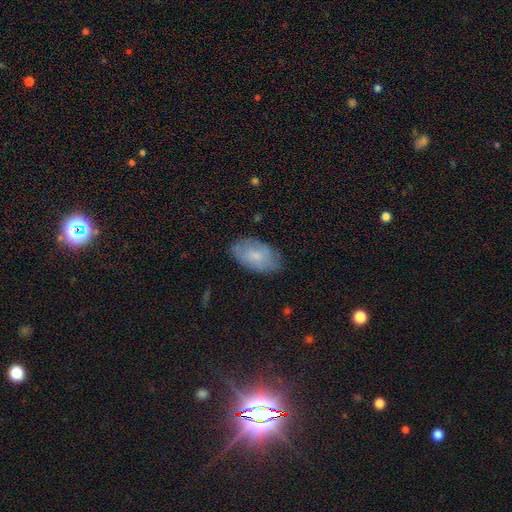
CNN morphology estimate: smooth 64%, featured or disk 28%, star or artifact 8%. Down the decision tree: how rounded — in between (94%); merging — none (78%).